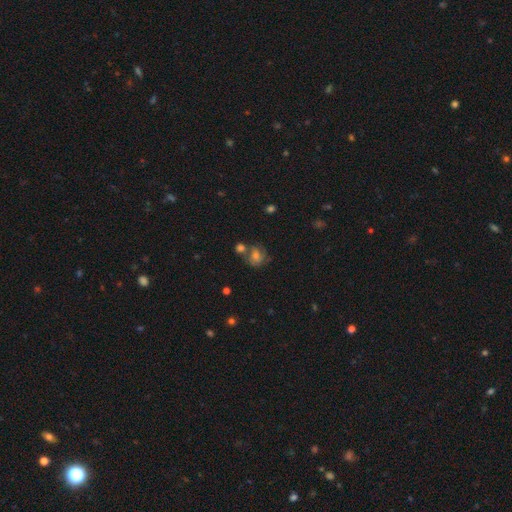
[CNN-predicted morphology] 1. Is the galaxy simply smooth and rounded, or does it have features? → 50% smooth, 31% featured or disk, 19% star or artifact.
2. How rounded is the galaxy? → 69% round, 30% in between, 1% cigar-shaped.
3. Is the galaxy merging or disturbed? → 56% none, 22% merger, 15% minor disturbance, 7% major disturbance.